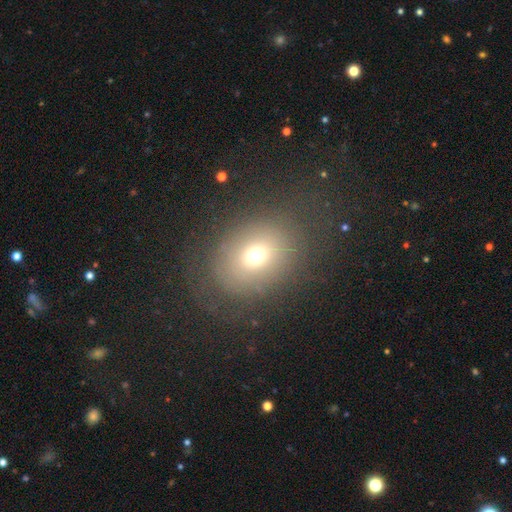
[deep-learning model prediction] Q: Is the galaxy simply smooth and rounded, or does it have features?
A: smooth — 66%.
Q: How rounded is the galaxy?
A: in between — 50%.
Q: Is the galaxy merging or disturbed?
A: none — 71%.